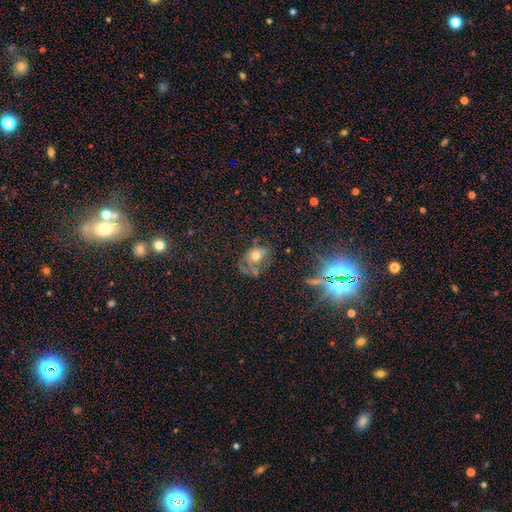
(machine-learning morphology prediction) smooth_or_featured: smooth (p=0.54) [alt: featured or disk p=0.27]
how_rounded: in between (p=0.65) [alt: round p=0.33]
merging: none (p=0.38) [alt: major disturbance p=0.27]